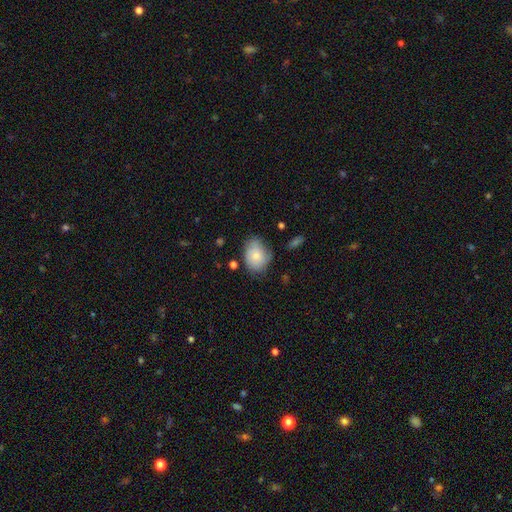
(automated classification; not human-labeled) A smooth galaxy with no disk features (73%) that is in between round and cigar-shaped (64%).

Vote fractions:
- Smooth or featured? smooth: 73% / featured or disk: 20% / star or artifact: 7%
- How rounded? in between: 64% / round: 35% / cigar-shaped: 1%
- Merging? none: 59% / minor disturbance: 30% / major disturbance: 8% / merger: 3%